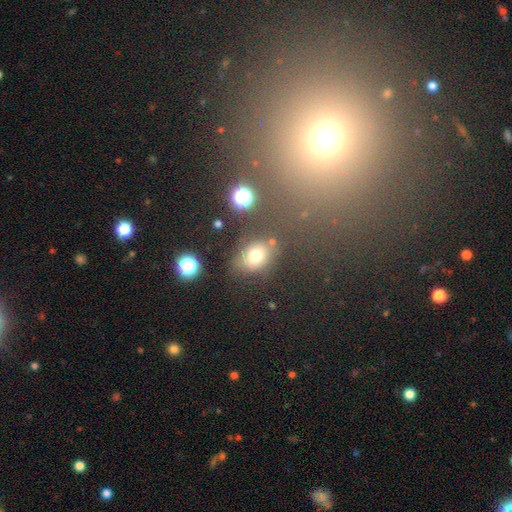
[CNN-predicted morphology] Smooth or featured? smooth (73%)
How rounded? in between (62%)
Merging? none (67%)